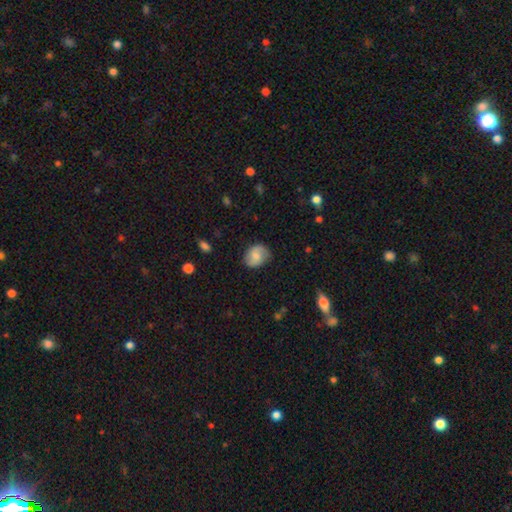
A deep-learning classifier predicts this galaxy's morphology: This appears to be a smooth galaxy with no disk features (47%). Merging: none (79%).